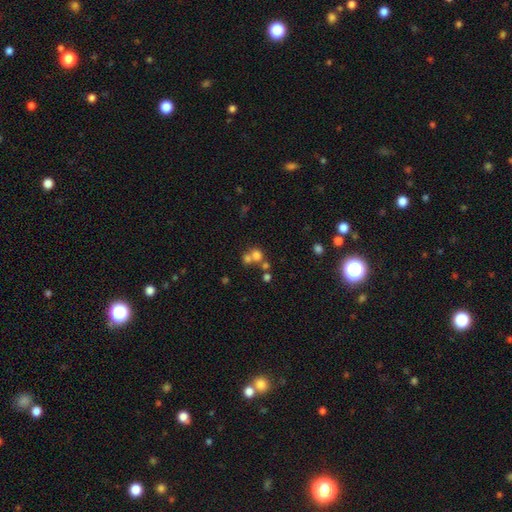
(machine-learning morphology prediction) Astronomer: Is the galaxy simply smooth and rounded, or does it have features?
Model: smooth — 67%.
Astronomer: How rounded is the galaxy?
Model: round — 81%.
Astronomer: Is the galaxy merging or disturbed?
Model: merger — 48% (runner-up: none, 41%).